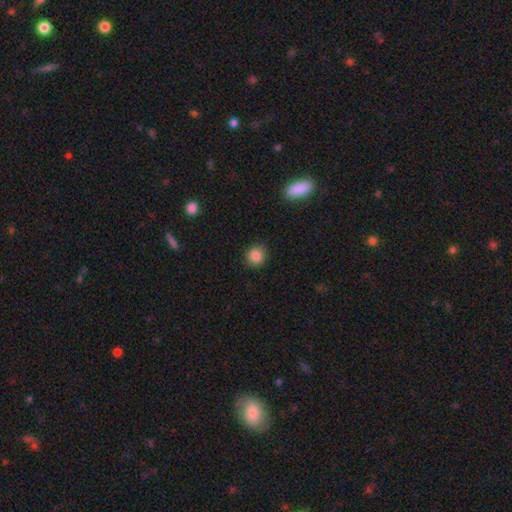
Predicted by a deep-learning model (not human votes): The model was most divided on "how rounded": round: 83%, in between: 16%, cigar-shaped: 1%. More confident: merging — none (86%); smooth or featured — smooth (85%).